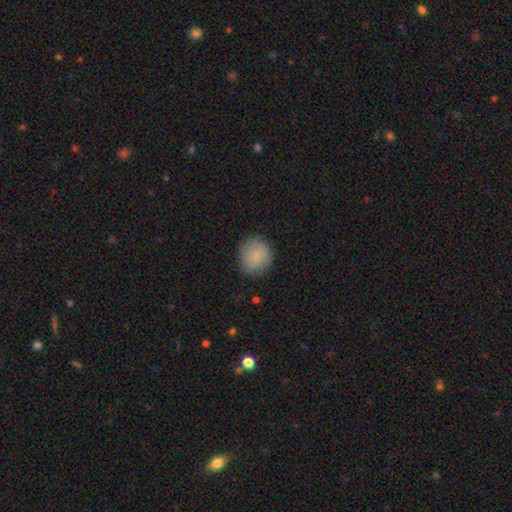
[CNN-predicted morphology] A smooth galaxy with no disk features (85%) that is round (85%). Merging: none (77%).